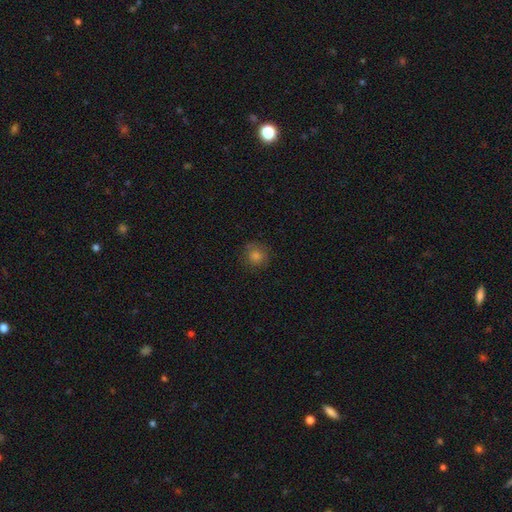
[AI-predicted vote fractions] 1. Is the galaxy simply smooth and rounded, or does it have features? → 77% smooth, 16% star or artifact, 7% featured or disk.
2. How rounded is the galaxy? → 92% round, 7% in between, 1% cigar-shaped.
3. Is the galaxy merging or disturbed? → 86% none, 10% minor disturbance, 3% major disturbance, 1% merger.